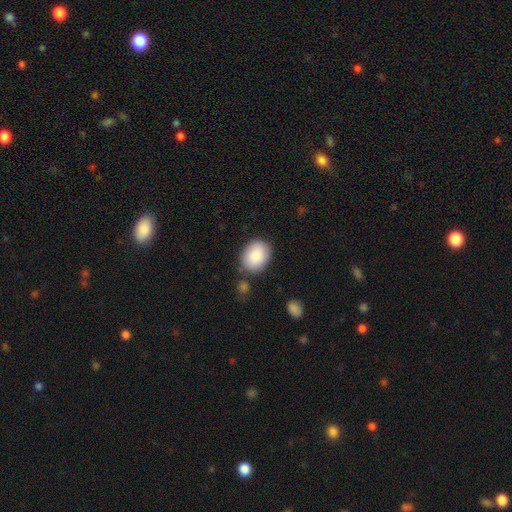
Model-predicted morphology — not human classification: smooth-or-featured: smooth: 89% | star or artifact: 6% | featured or disk: 5%
  how-rounded: in between: 63% | round: 36% | cigar-shaped: 1%
  merging: none: 77% | minor disturbance: 13% | merger: 6% | major disturbance: 4%